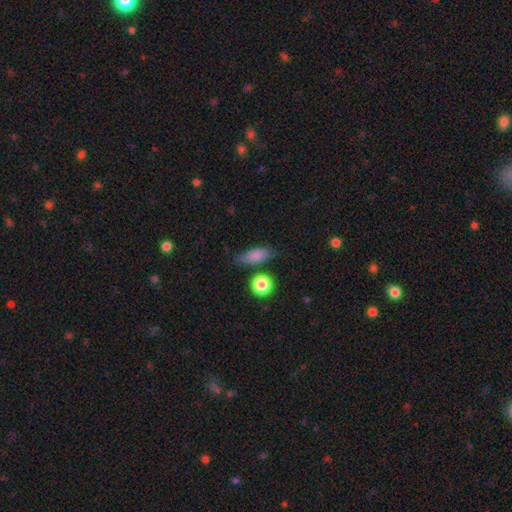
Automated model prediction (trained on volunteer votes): Smooth or featured?
  - smooth: 80% *
  - featured or disk: 11%
  - star or artifact: 10%
How rounded?
  - in between: 70% *
  - cigar-shaped: 20%
  - round: 9%
Merging?
  - none: 73% *
  - minor disturbance: 18%
  - merger: 5%
  - major disturbance: 5%